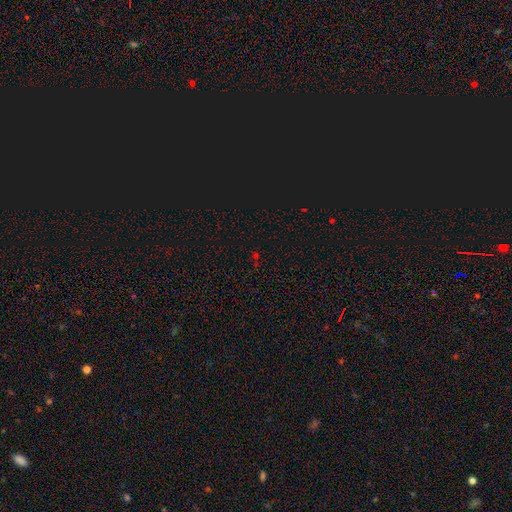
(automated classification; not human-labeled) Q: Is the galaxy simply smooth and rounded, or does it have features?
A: star or artifact — 66%.